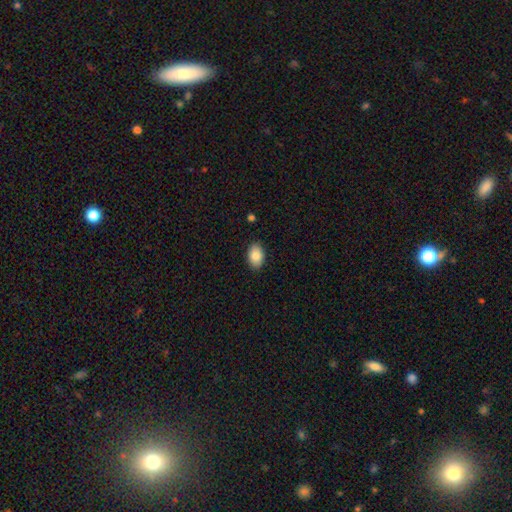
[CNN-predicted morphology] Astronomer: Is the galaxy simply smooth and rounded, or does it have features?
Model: smooth — 87%.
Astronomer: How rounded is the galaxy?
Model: in between — 88%.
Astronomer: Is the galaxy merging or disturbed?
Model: none — 87%.